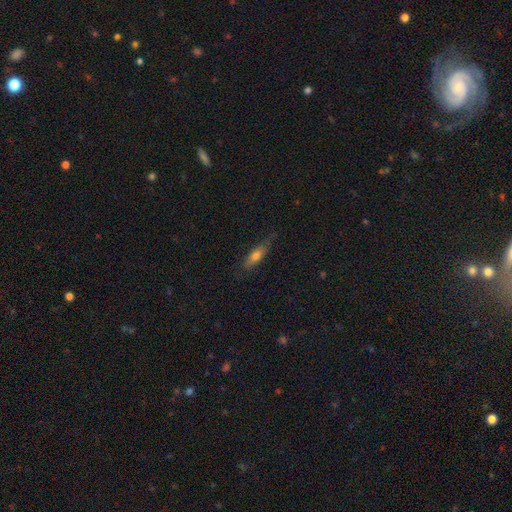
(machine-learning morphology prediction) This is possibly a smooth galaxy (57%). How rounded: likely cigar-shaped (64%). Merging: likely none (73%).